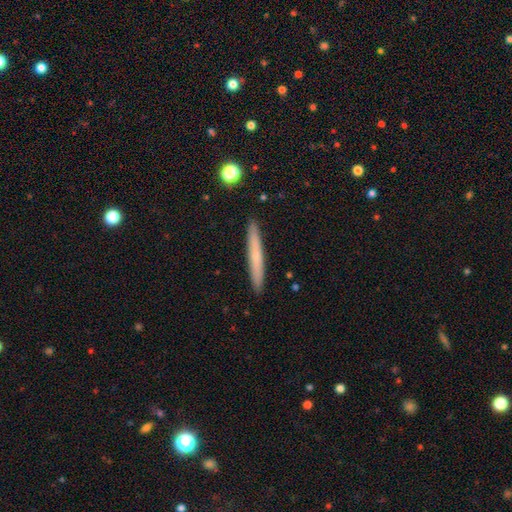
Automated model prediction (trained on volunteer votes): smooth-or-featured: smooth: 63% | featured or disk: 31% | star or artifact: 7%
  how-rounded: cigar-shaped: 97% | in between: 2% | round: 1%
  merging: none: 92% | minor disturbance: 5% | major disturbance: 1% | merger: 1%